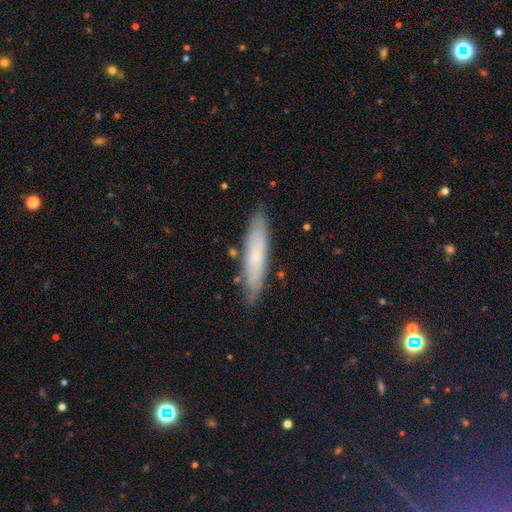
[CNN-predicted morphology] smooth 56%, featured or disk 38%, star or artifact 7%. Down the decision tree: how rounded — cigar-shaped (85%); merging — none (84%).